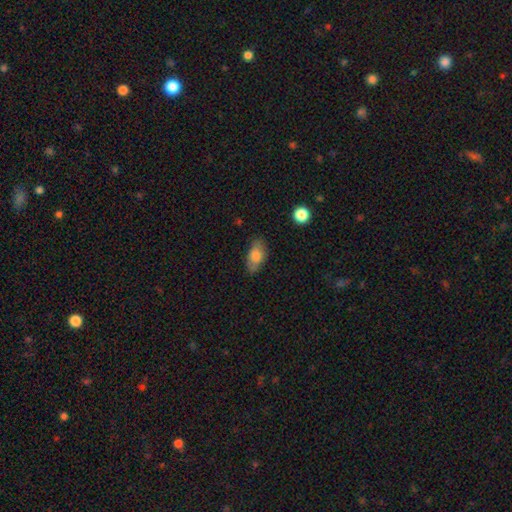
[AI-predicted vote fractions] Morphology: type=smooth (79%); roundness=in between (90%); merging=none (78%).